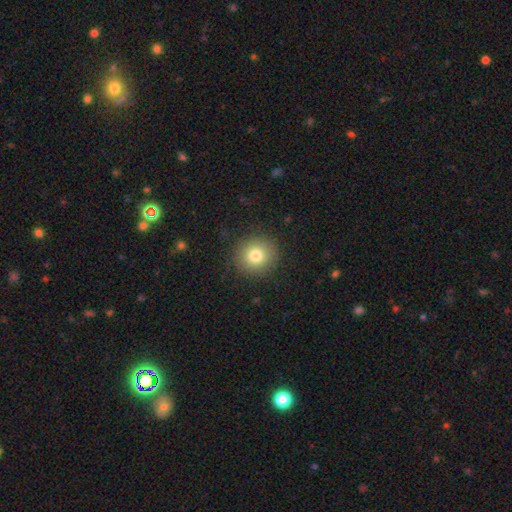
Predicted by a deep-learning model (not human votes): A smooth galaxy with no disk features (79%) that is round (92%). Merging: none (91%).